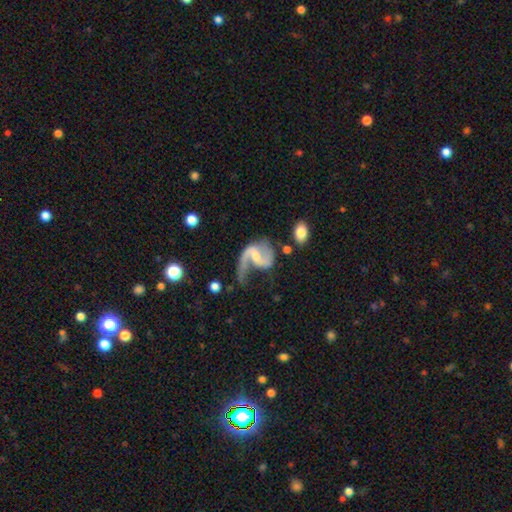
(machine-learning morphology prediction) This is clearly a featured or disk galaxy (86%). It is clearly not viewed edge-on (98%). Bar: possibly weak (48%). Spiral arm pattern: clearly yes (95%). Spiral arm count: likely 2 (64%). Spiral winding: likely loose (63%). Central bulge: possibly small (47%). Merging: marginally major disturbance (40%).